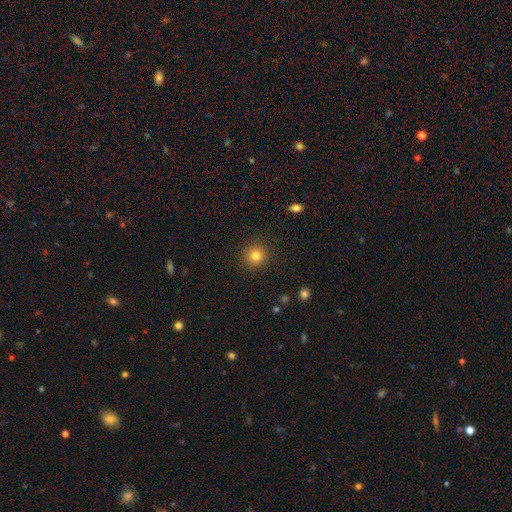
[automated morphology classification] This is clearly a smooth galaxy (81%). How rounded: clearly round (94%). Merging: clearly none (91%).